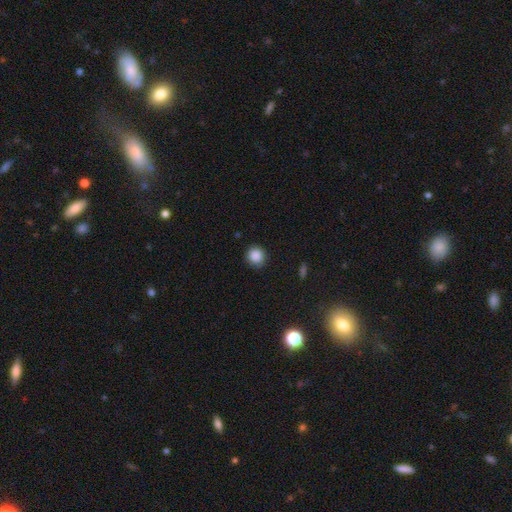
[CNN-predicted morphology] Smooth or featured? Predicted: smooth (p=0.87). How rounded? Predicted: round (p=0.91). Merging? Predicted: none (p=0.86).